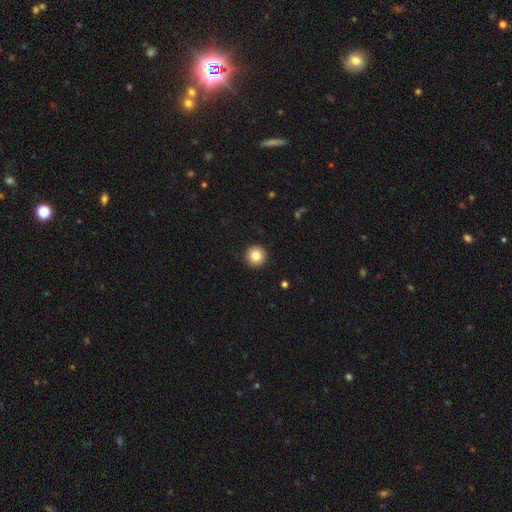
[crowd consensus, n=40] This is clearly a smooth galaxy (80%). How rounded: clearly round (97%). Merging: clearly none (89%).